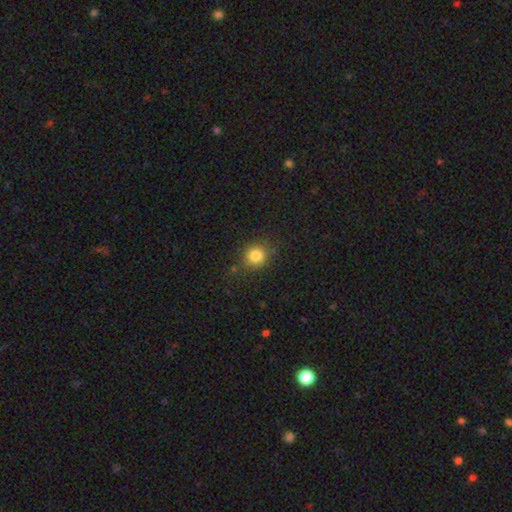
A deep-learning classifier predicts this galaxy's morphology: A smooth galaxy with no disk features (83%) that is round (83%).

Vote fractions:
- Smooth or featured? smooth: 83% / star or artifact: 11% / featured or disk: 5%
- How rounded? round: 83% / in between: 16% / cigar-shaped: 1%
- Merging? none: 82% / minor disturbance: 12% / major disturbance: 4% / merger: 2%